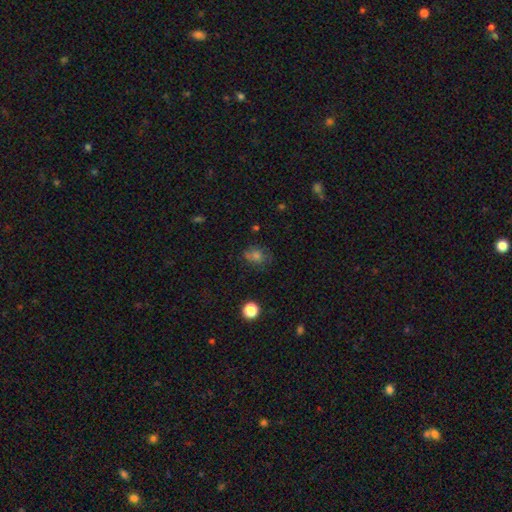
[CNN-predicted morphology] type=smooth (62%); roundness=round (52%); merging=none (66%).